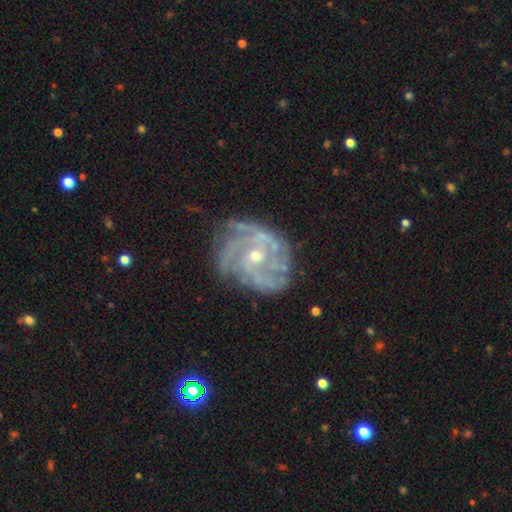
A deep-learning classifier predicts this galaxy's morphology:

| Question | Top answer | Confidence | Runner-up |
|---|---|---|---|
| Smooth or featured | featured or disk | 86% | smooth (7%) |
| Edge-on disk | no | 97% | yes (3%) |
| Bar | no | 73% | weak (22%) |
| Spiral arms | yes | 92% | no (8%) |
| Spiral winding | tight | 60% | medium (31%) |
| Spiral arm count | can't tell | 34% | 3 (20%) |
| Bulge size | small | 59% | moderate (38%) |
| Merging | none | 63% | minor disturbance (23%) |